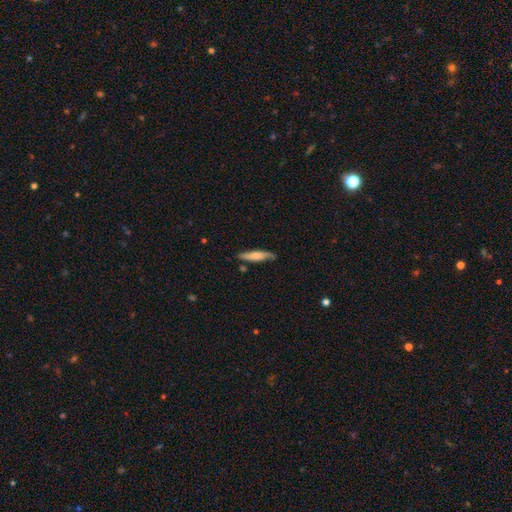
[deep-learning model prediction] This is likely a smooth galaxy (63%). How rounded: clearly cigar-shaped (81%). Merging: likely none (75%).